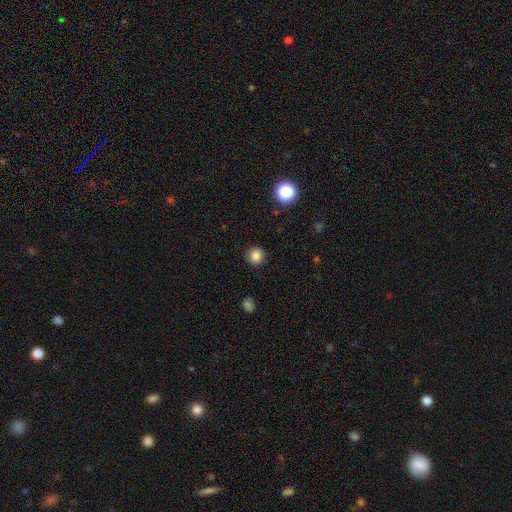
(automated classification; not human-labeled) smooth 83%, star or artifact 12%, featured or disk 6%. Down the decision tree: how rounded — round (91%); merging — none (89%).